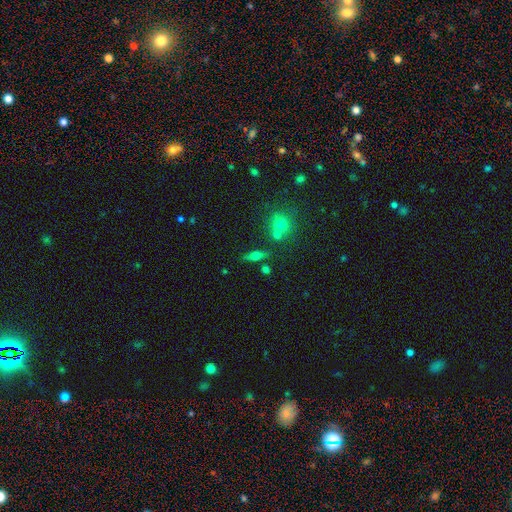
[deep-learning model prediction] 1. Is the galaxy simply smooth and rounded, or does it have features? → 46% smooth, 41% featured or disk, 13% star or artifact.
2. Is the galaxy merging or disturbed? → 71% none, 13% minor disturbance, 12% merger, 5% major disturbance.